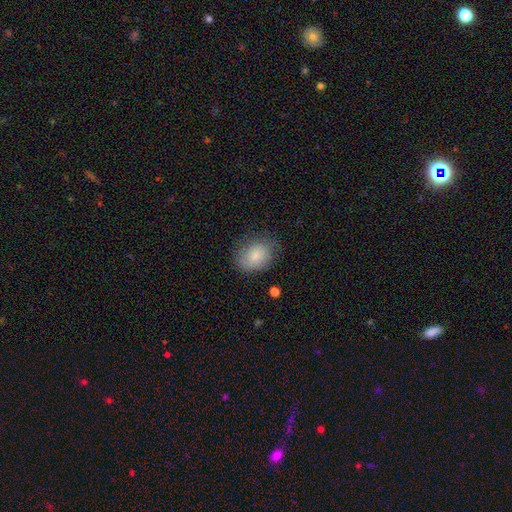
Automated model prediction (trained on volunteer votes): Q: Smooth or featured?
A: smooth (80%); runner-up: featured or disk (13%)
Q: How rounded?
A: in between (57%); runner-up: round (42%)
Q: Merging?
A: none (72%); runner-up: minor disturbance (20%)